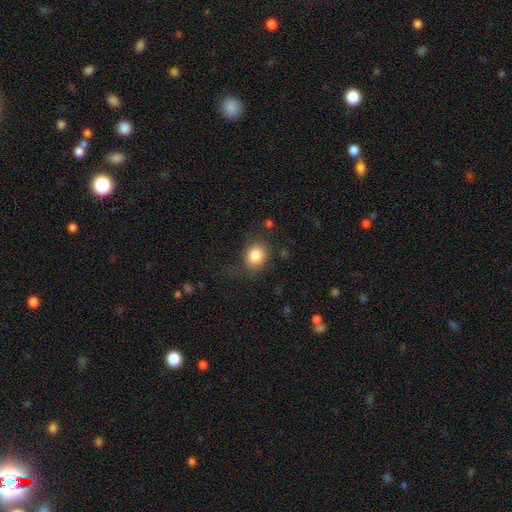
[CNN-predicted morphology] Overall: smooth (83%). How rounded: round (70%). Merging: none (76%).